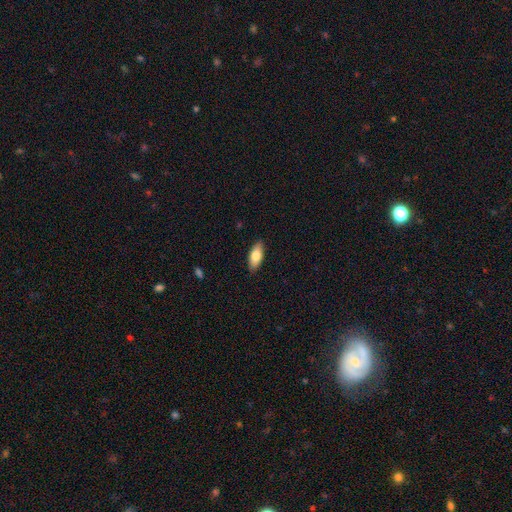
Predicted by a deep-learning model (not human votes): Q: Smooth or featured?
A: smooth (79%); runner-up: featured or disk (15%)
Q: How rounded?
A: in between (83%); runner-up: cigar-shaped (14%)
Q: Merging?
A: none (88%); runner-up: minor disturbance (9%)